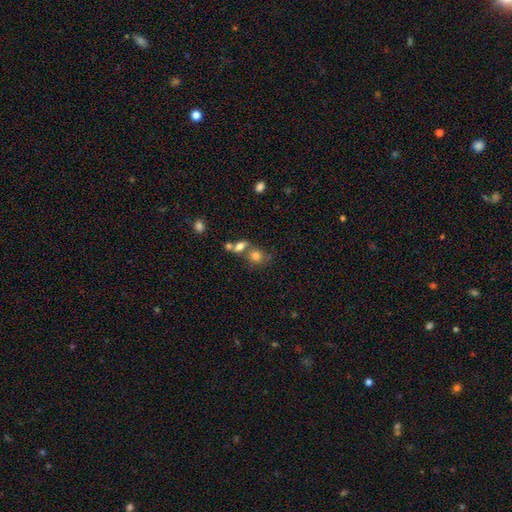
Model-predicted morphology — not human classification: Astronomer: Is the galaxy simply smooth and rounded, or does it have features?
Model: smooth — 76%.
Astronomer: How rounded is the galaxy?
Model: round — 64%.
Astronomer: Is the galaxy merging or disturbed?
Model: merger — 43% (runner-up: none, 41%).